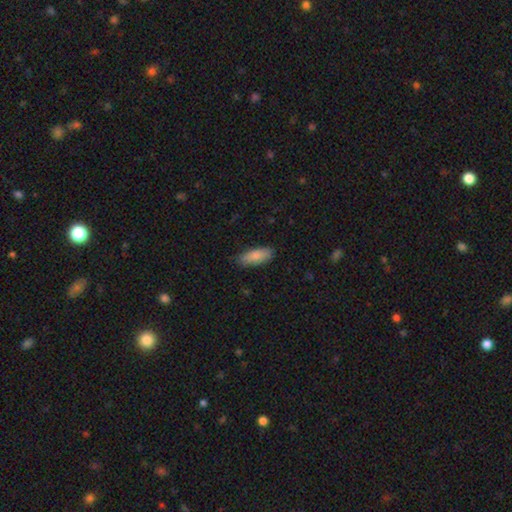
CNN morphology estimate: Smooth or featured?
  - smooth: 86% *
  - featured or disk: 8%
  - star or artifact: 6%
How rounded?
  - in between: 75% *
  - cigar-shaped: 24%
  - round: 2%
Merging?
  - none: 82% *
  - minor disturbance: 14%
  - major disturbance: 2%
  - merger: 1%